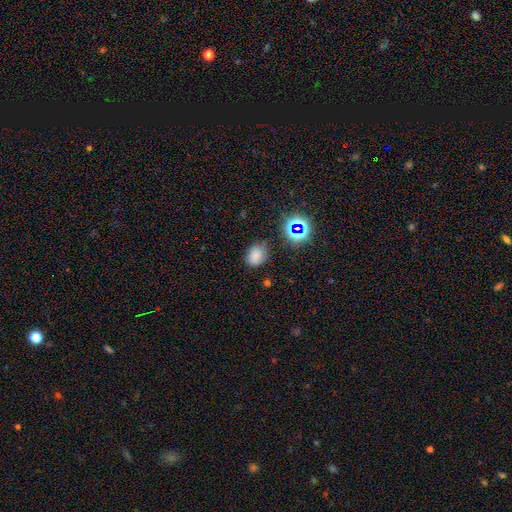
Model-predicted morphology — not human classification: Q: Smooth or featured?
A: smooth (73%); runner-up: star or artifact (20%)
Q: How rounded?
A: in between (53%); runner-up: round (46%)
Q: Merging?
A: none (74%); runner-up: minor disturbance (18%)